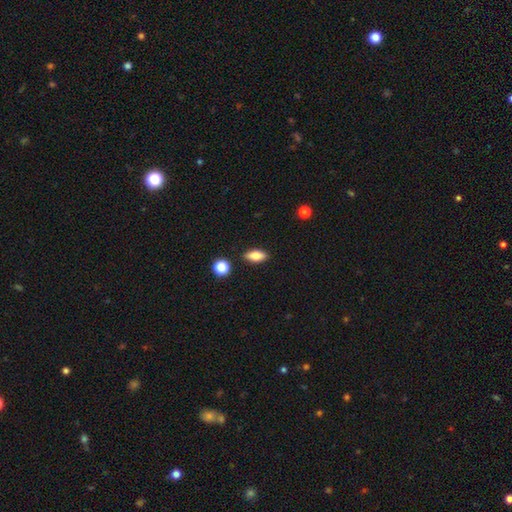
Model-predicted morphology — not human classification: Smooth or featured? smooth (79%)
How rounded? in between (83%)
Merging? none (88%)